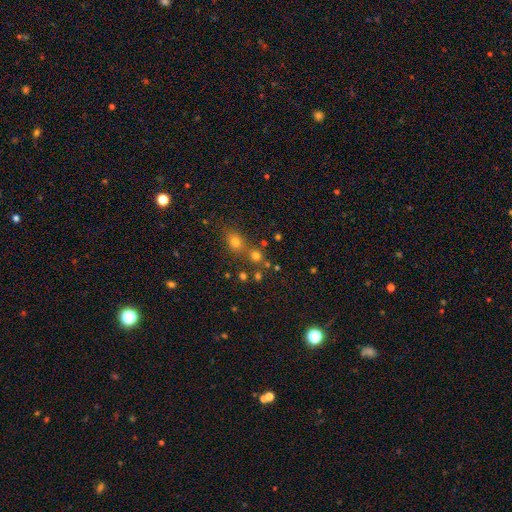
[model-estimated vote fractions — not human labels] smooth_or_featured: smooth (p=0.65) [alt: star or artifact p=0.25]
how_rounded: round (p=0.83) [alt: in between p=0.16]
merging: none (p=0.57) [alt: merger p=0.32]